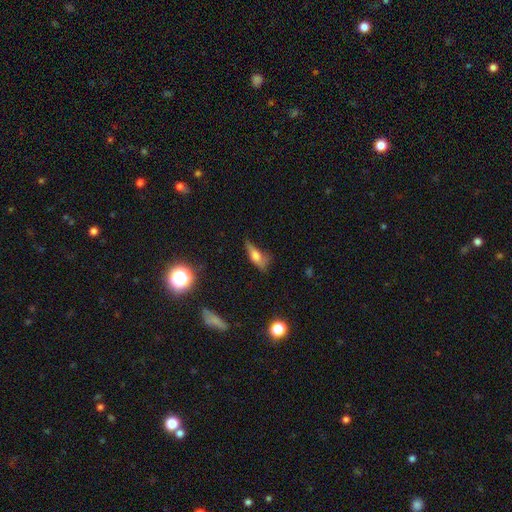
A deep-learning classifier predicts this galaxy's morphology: Smooth or featured? smooth (53%)
How rounded? in between (60%)
Merging? none (36%)